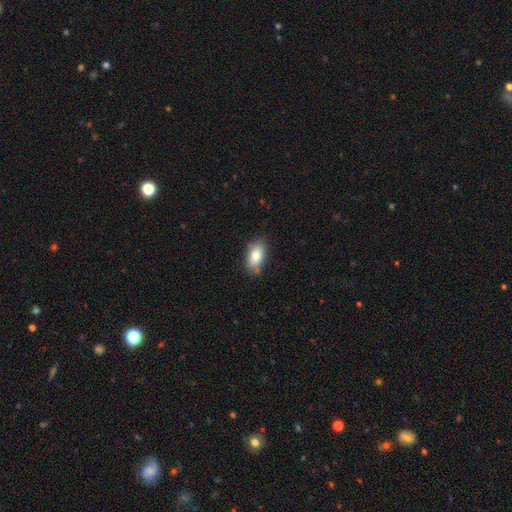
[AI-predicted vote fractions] Overall: smooth (81%). How rounded: in between (91%). Merging: none (75%).